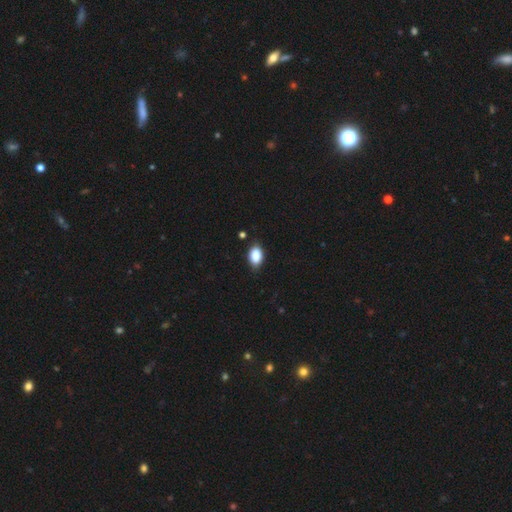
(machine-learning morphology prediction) Q: Smooth or featured?
A: smooth (85%); runner-up: star or artifact (8%)
Q: How rounded?
A: in between (88%); runner-up: round (10%)
Q: Merging?
A: none (82%); runner-up: minor disturbance (14%)